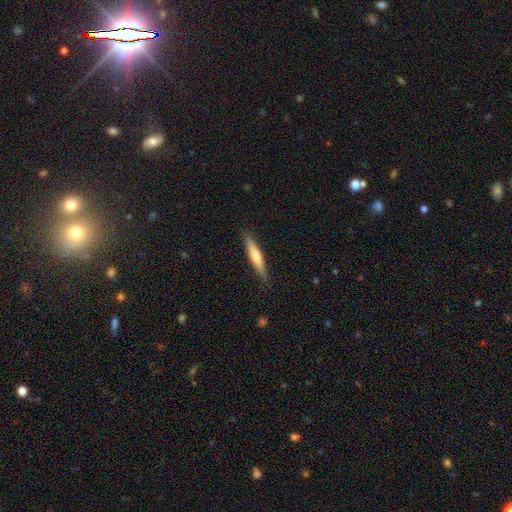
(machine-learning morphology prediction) A smooth galaxy with no disk features (56%) that is cigar-shaped (90%).

Vote fractions:
- Smooth or featured? smooth: 56% / featured or disk: 39% / star or artifact: 5%
- How rounded? cigar-shaped: 90% / in between: 9% / round: 1%
- Merging? none: 88% / minor disturbance: 10% / major disturbance: 2% / merger: 1%